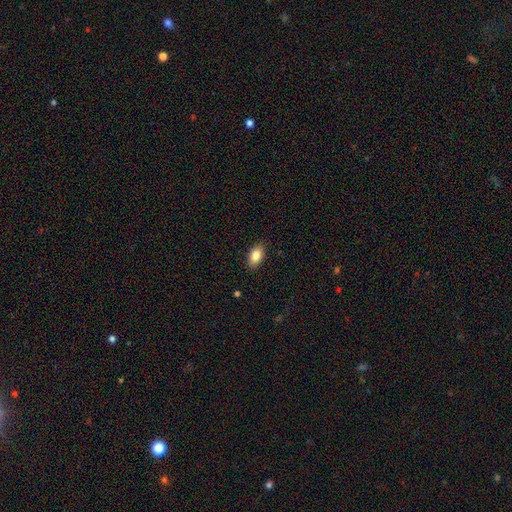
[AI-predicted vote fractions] A smooth galaxy with no disk features (85%) that is in between round and cigar-shaped (91%).

Vote fractions:
- Smooth or featured? smooth: 85% / featured or disk: 8% / star or artifact: 7%
- How rounded? in between: 91% / round: 6% / cigar-shaped: 3%
- Merging? none: 88% / minor disturbance: 9% / major disturbance: 2% / merger: 1%